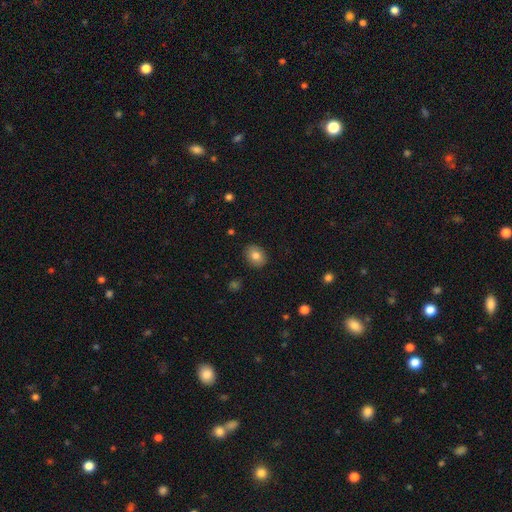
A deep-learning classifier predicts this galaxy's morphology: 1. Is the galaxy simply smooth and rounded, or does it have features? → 81% smooth, 10% featured or disk, 9% star or artifact.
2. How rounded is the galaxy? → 56% in between, 43% round, 1% cigar-shaped.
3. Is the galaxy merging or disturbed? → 88% none, 9% minor disturbance, 2% major disturbance, 1% merger.